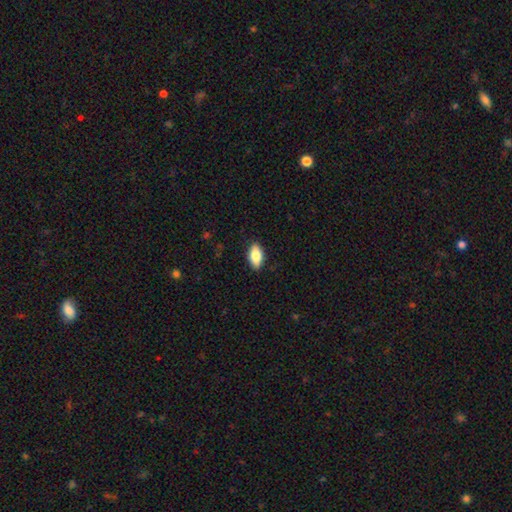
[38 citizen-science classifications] A smooth galaxy with no disk features (68%) that is in between round and cigar-shaped (88%). Merging: none (74%).